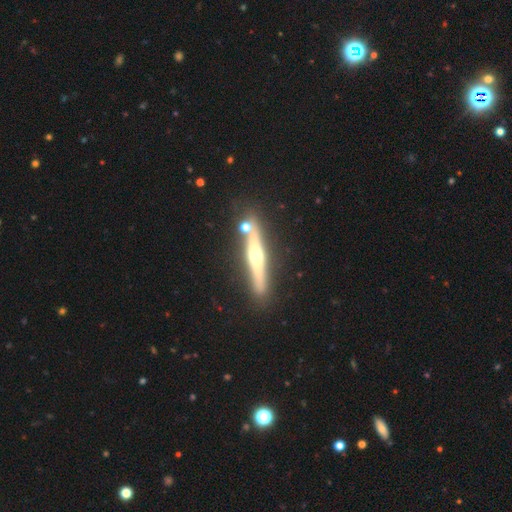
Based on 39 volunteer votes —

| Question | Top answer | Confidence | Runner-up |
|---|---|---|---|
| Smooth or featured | featured or disk | 64% | smooth (26%) |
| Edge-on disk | yes | 96% | no (4%) |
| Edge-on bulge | rounded | 92% | boxy (8%) |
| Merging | none | 74% | merger (14%) |